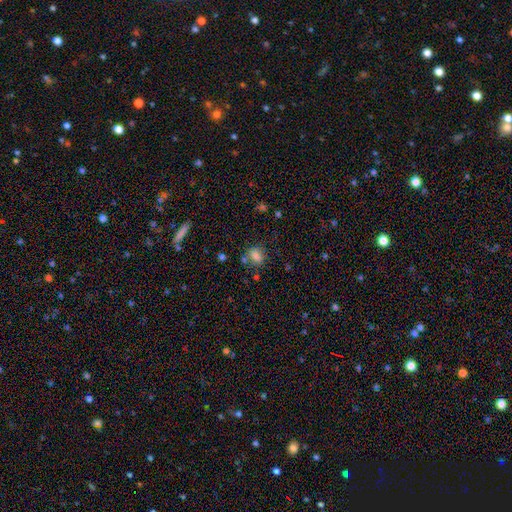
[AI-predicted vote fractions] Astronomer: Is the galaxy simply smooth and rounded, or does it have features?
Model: smooth — 78%.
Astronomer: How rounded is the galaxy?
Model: in between — 54% (runner-up: round, 44%).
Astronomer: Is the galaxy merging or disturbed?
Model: none — 69%.